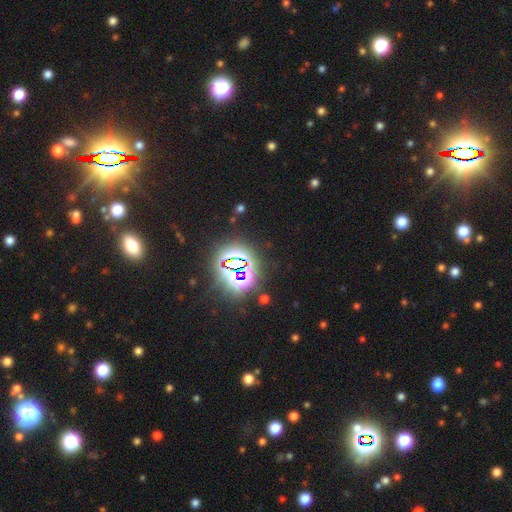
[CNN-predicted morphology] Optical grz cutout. It shows a star or artifact, not a galaxy (82%).